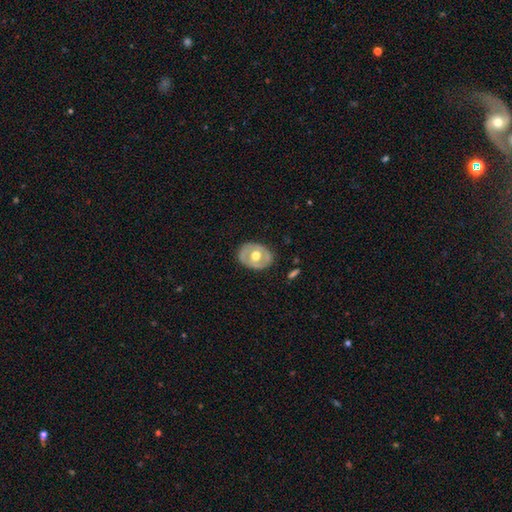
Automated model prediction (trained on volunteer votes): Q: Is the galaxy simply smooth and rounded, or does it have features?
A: featured or disk — 57%.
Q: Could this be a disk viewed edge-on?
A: no — 92%.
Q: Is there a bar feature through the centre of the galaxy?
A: no — 84%.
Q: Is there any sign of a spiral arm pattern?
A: no — 86%.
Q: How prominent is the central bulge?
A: moderate — 66%.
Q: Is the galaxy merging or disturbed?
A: none — 80%.